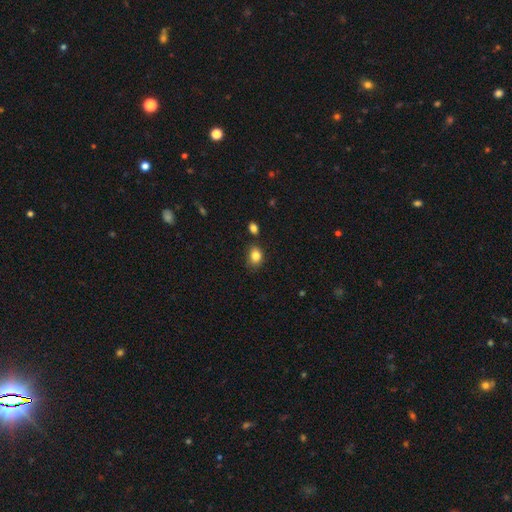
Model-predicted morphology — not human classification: Overall: smooth (83%). How rounded: in between (52%; round 47%). Merging: none (73%).